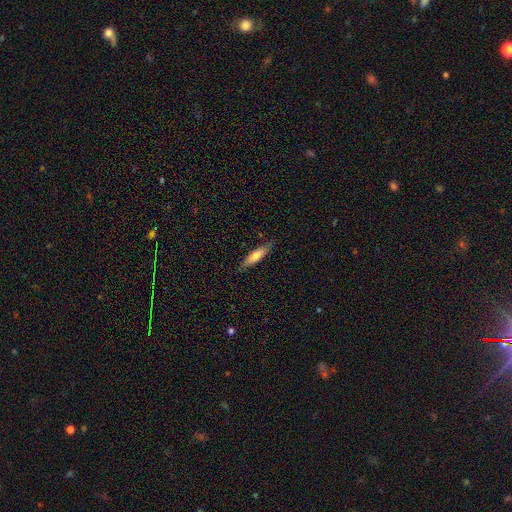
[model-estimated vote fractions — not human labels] Smooth or featured? smooth (63%)
How rounded? cigar-shaped (75%)
Merging? none (84%)